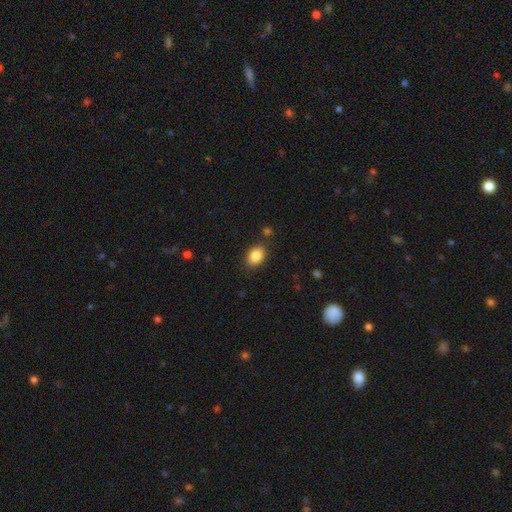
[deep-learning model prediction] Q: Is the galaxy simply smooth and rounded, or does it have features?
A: smooth — 87%.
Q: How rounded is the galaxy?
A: in between — 77%.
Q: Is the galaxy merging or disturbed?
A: none — 83%.